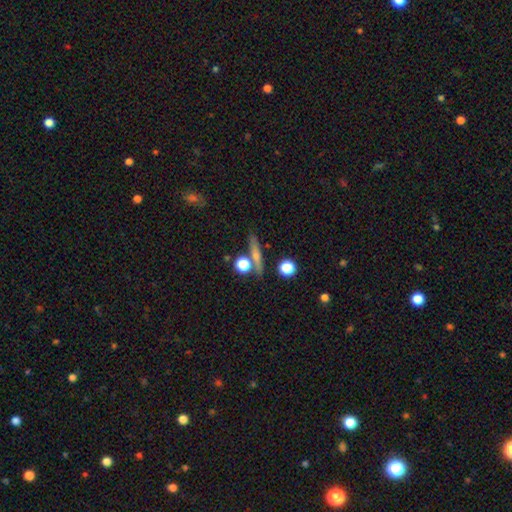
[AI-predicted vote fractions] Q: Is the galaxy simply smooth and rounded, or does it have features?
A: smooth — 50%.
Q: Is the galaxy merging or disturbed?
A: none — 79%.